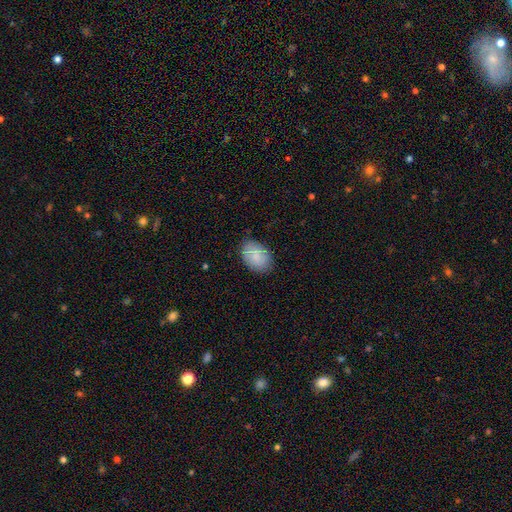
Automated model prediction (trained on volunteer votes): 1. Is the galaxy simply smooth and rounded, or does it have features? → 82% smooth, 11% featured or disk, 7% star or artifact.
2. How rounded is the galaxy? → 82% in between, 17% round, 1% cigar-shaped.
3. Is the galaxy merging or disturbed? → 81% none, 15% minor disturbance, 3% major disturbance, 1% merger.